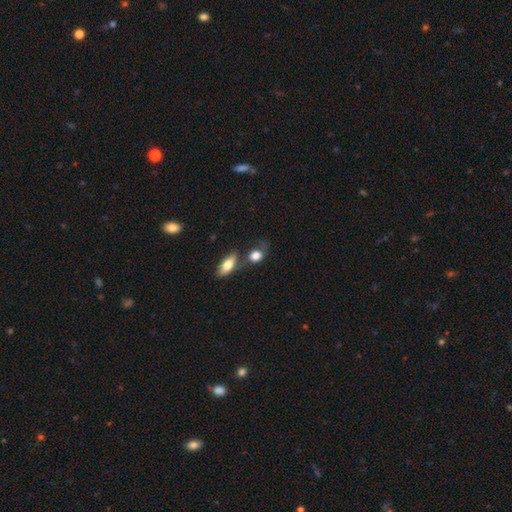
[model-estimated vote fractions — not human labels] This appears to be a smooth galaxy with no disk features (79%) that is in between round and cigar-shaped (50%). Merging: none (42%).